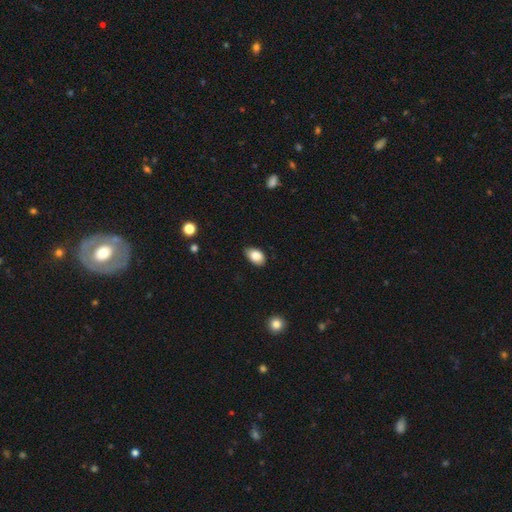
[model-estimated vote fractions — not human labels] A smooth galaxy with no disk features (84%) that is in between round and cigar-shaped (89%). Merging: none (80%).